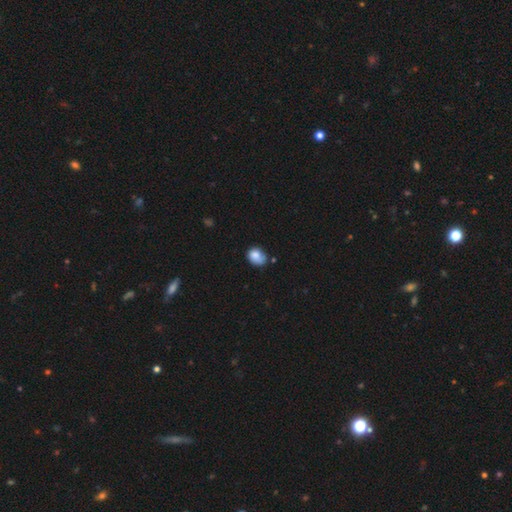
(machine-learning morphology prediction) Overall: smooth (79%). How rounded: in between (54%; round 45%). Merging: none (48%; minor disturbance 34%).